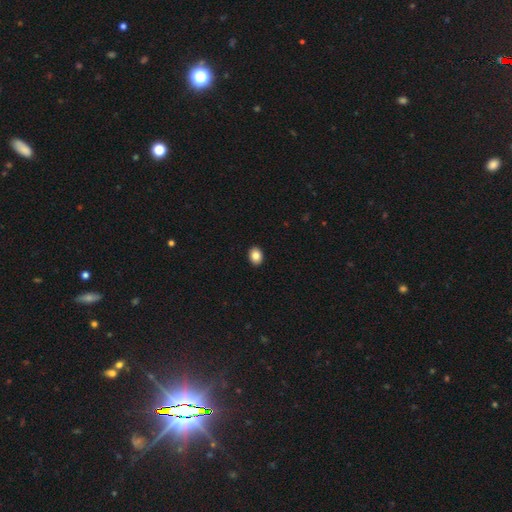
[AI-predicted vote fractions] A smooth galaxy with no disk features (85%) that is in between round and cigar-shaped (63%). Merging: none (92%).